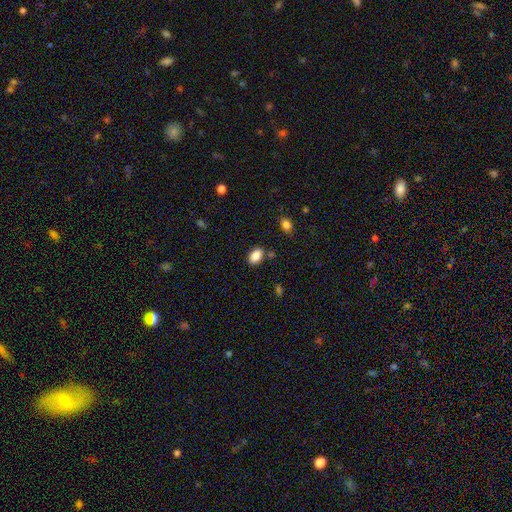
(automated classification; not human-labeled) Smooth or featured: smooth — 87% (star or artifact — 8%)
How rounded: in between — 89% (round — 9%)
Merging: none — 82% (minor disturbance — 11%)